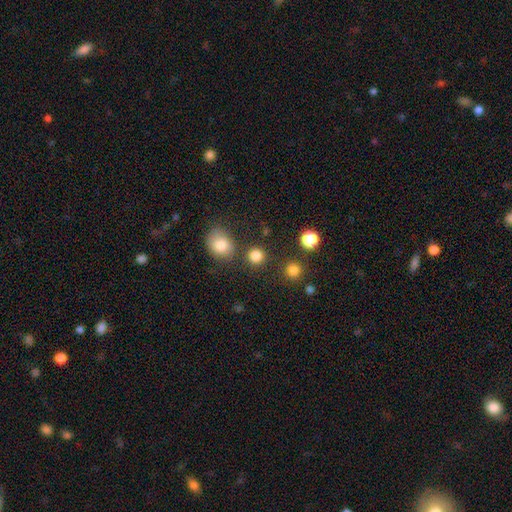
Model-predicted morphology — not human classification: Overall: smooth (84%). How rounded: round (90%). Merging: none (82%).